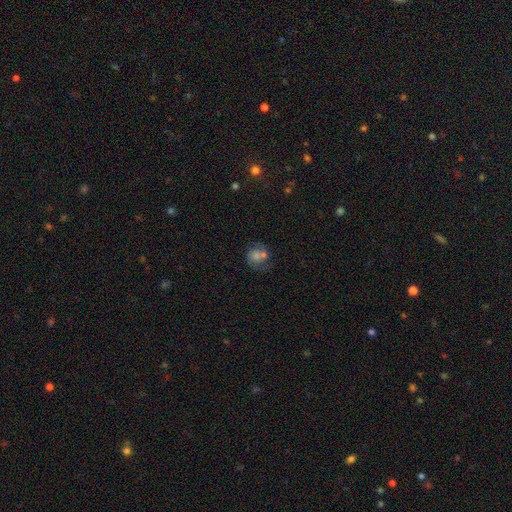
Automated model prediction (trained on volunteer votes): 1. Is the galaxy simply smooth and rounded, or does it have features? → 49% smooth, 32% featured or disk, 19% star or artifact.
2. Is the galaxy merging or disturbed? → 47% none, 25% merger, 17% minor disturbance, 12% major disturbance.